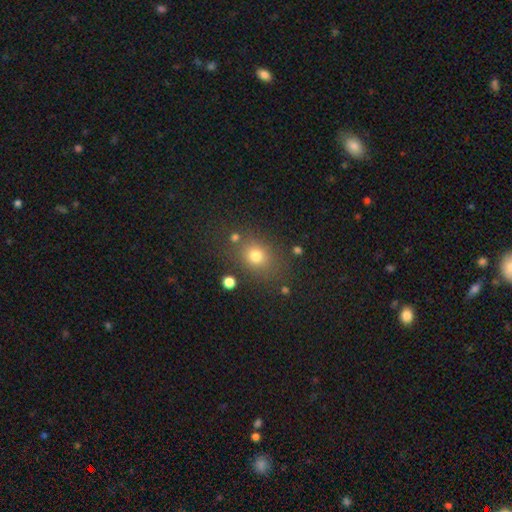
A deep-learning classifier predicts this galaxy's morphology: smooth 75%, star or artifact 16%, featured or disk 9%. Down the decision tree: how rounded — round (60%); merging — none (75%).